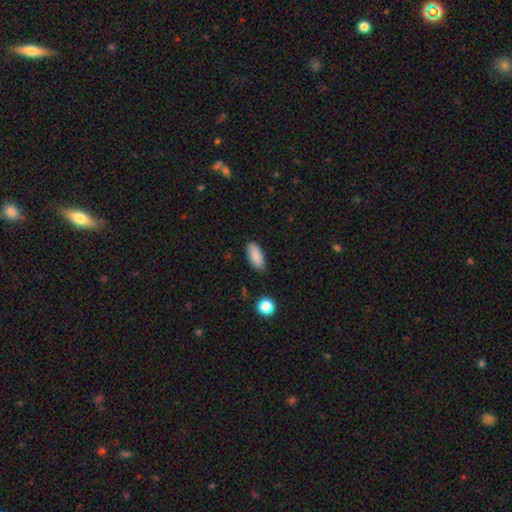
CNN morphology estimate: Smooth or featured?
  - smooth: 88% *
  - star or artifact: 7%
  - featured or disk: 5%
How rounded?
  - in between: 87% *
  - cigar-shaped: 11%
  - round: 2%
Merging?
  - none: 85% *
  - minor disturbance: 11%
  - major disturbance: 2%
  - merger: 2%